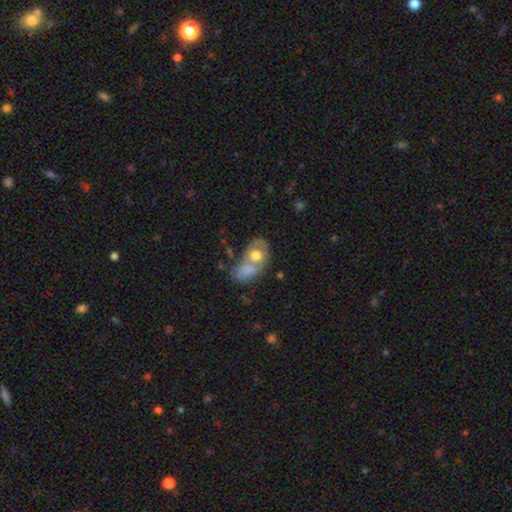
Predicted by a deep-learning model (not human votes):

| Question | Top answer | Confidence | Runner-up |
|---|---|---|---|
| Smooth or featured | smooth | 58% | featured or disk (35%) |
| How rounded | in between | 73% | round (25%) |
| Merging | merger | 55% | none (22%) |